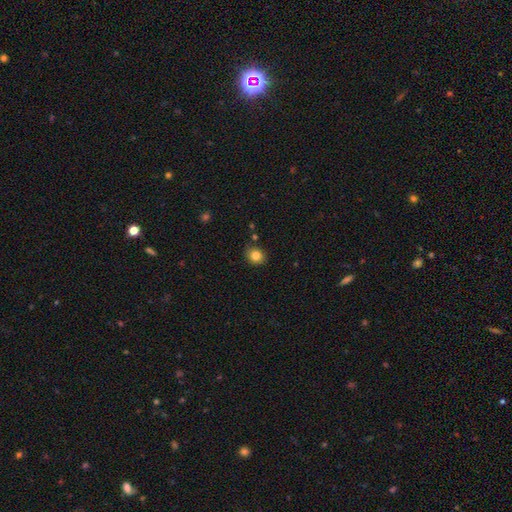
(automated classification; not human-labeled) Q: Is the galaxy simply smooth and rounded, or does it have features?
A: smooth — 82%.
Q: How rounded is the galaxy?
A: round — 69%.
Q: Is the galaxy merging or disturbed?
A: none — 84%.